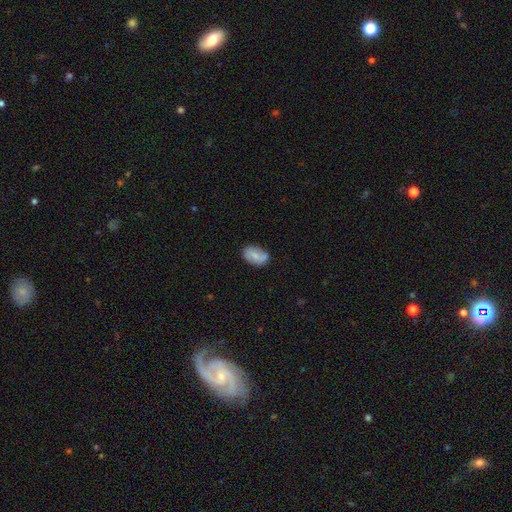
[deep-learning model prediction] A smooth galaxy with no disk features (66%) that is in between round and cigar-shaped (87%).

Vote fractions:
- Smooth or featured? smooth: 66% / featured or disk: 26% / star or artifact: 7%
- How rounded? in between: 87% / round: 11% / cigar-shaped: 2%
- Merging? none: 67% / minor disturbance: 21% / merger: 8% / major disturbance: 4%